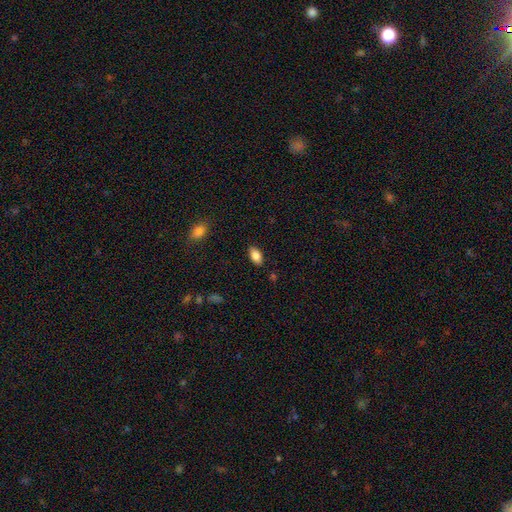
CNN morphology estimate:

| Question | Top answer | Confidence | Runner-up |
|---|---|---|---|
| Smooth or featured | smooth | 85% | star or artifact (8%) |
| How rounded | in between | 92% | round (4%) |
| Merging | none | 85% | minor disturbance (11%) |